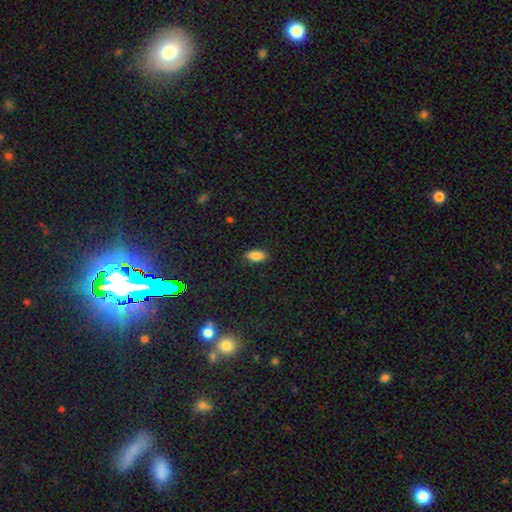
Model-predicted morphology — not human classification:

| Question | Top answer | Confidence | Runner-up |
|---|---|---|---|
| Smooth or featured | smooth | 85% | star or artifact (9%) |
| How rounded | in between | 91% | cigar-shaped (6%) |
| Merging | none | 88% | minor disturbance (9%) |